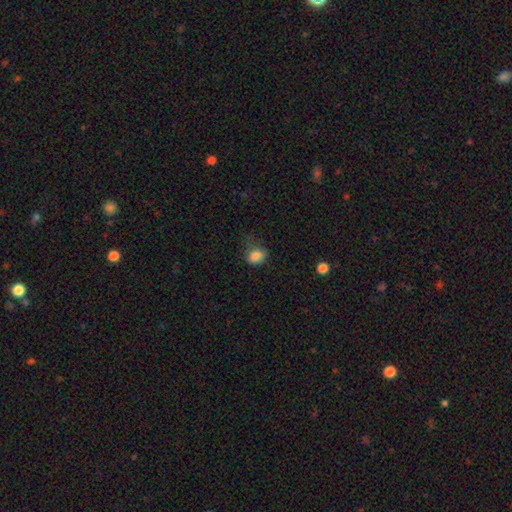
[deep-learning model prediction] A smooth galaxy with no disk features (84%) that is in between round and cigar-shaped (59%).

Vote fractions:
- Smooth or featured? smooth: 84% / star or artifact: 11% / featured or disk: 6%
- How rounded? in between: 59% / round: 40% / cigar-shaped: 1%
- Merging? none: 49% / minor disturbance: 32% / major disturbance: 16% / merger: 2%